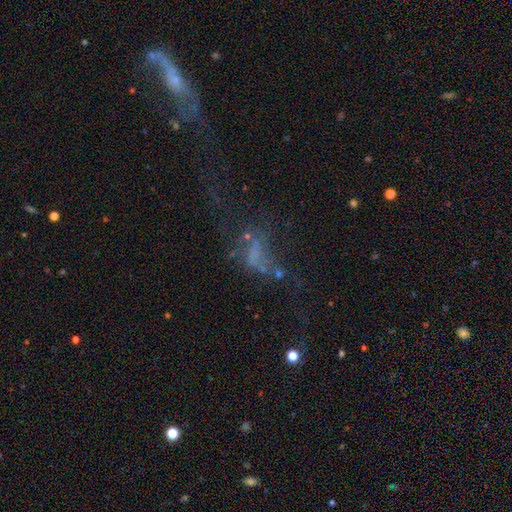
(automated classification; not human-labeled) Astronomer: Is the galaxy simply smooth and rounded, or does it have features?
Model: featured or disk — 40% (runner-up: star or artifact, 34%).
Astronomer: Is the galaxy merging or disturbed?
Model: major disturbance — 45% (runner-up: none, 27%).